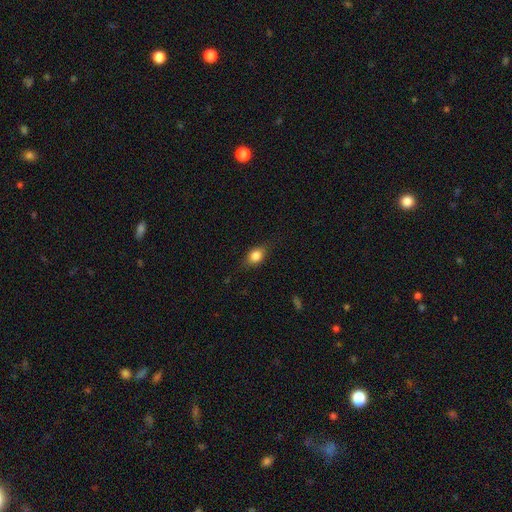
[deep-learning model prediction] Q: Smooth or featured?
A: smooth (79%); runner-up: featured or disk (12%)
Q: How rounded?
A: in between (67%); runner-up: round (28%)
Q: Merging?
A: none (75%); runner-up: minor disturbance (19%)